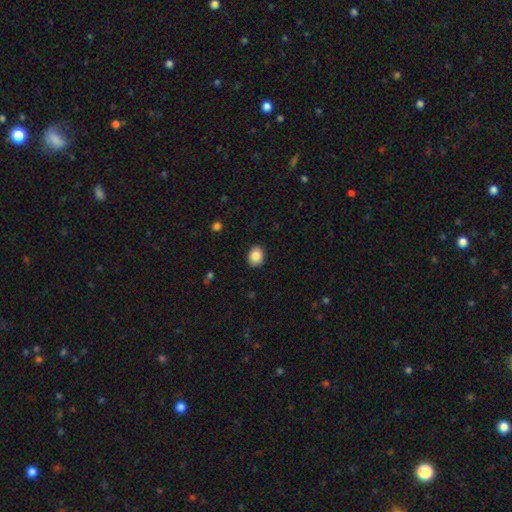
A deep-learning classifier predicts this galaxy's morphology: Smooth or featured?
  - smooth: 86% *
  - star or artifact: 8%
  - featured or disk: 5%
How rounded?
  - round: 53% *
  - in between: 46%
  - cigar-shaped: 1%
Merging?
  - none: 90% *
  - minor disturbance: 8%
  - major disturbance: 2%
  - merger: 1%